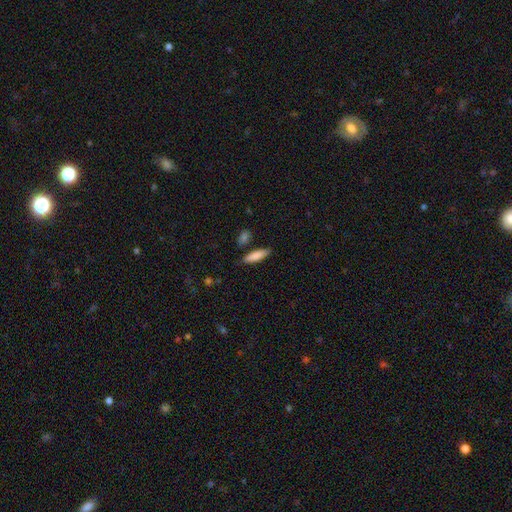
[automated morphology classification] smooth_or_featured: smooth (p=0.83) [alt: featured or disk p=0.11]
how_rounded: cigar-shaped (p=0.67) [alt: in between p=0.32]
merging: none (p=0.81) [alt: minor disturbance p=0.12]